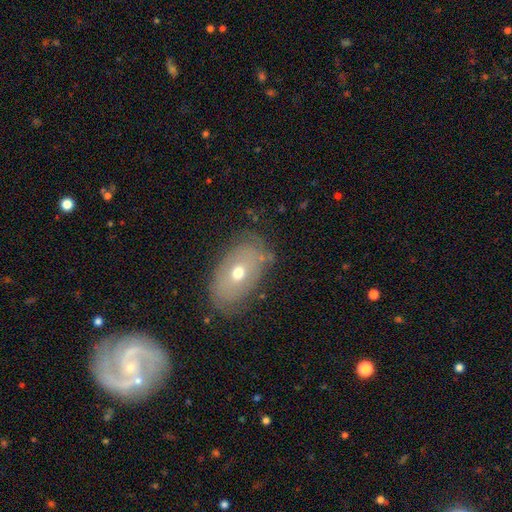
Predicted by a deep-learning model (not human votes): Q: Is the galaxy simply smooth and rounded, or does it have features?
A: smooth — 50%.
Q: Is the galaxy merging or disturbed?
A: none — 71%.